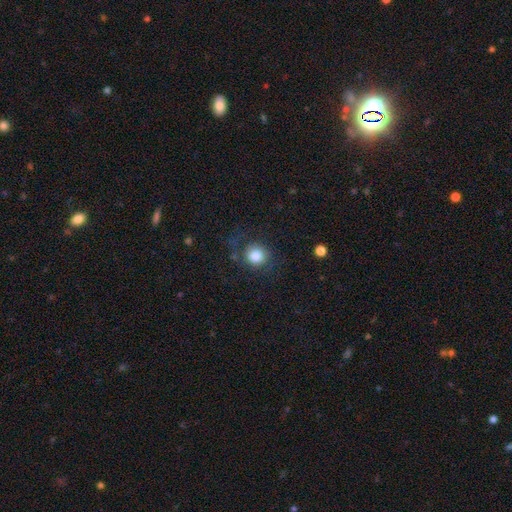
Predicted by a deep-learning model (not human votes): Smooth or featured?
  - smooth: 82% *
  - featured or disk: 10%
  - star or artifact: 9%
How rounded?
  - round: 87% *
  - in between: 12%
  - cigar-shaped: 1%
Merging?
  - none: 70% *
  - minor disturbance: 16%
  - major disturbance: 12%
  - merger: 2%